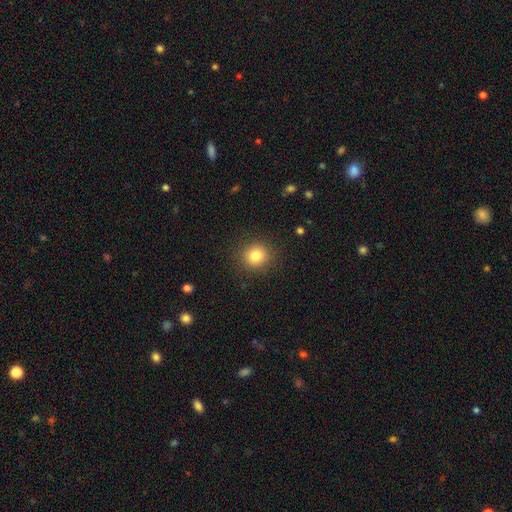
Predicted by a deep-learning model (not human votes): Smooth or featured?
  - smooth: 82% *
  - star or artifact: 11%
  - featured or disk: 7%
How rounded?
  - round: 87% *
  - in between: 12%
  - cigar-shaped: 1%
Merging?
  - none: 89% *
  - minor disturbance: 7%
  - major disturbance: 3%
  - merger: 1%